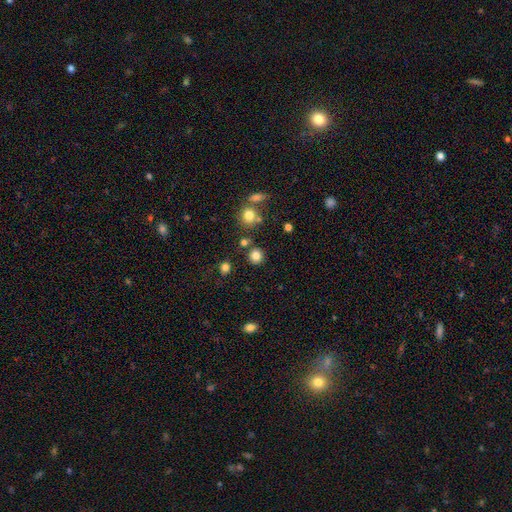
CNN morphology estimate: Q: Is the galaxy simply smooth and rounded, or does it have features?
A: smooth — 81%.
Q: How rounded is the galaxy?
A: round — 89%.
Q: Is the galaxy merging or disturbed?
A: none — 82%.